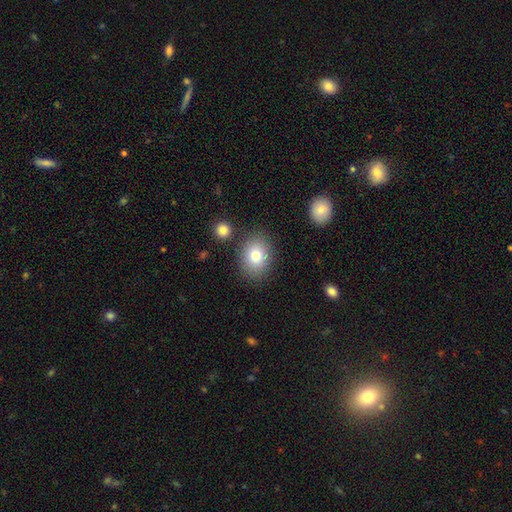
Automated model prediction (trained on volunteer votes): Smooth or featured? Predicted: smooth (p=0.80). How rounded? Predicted: in between (p=0.57). Merging? Predicted: none (p=0.81).